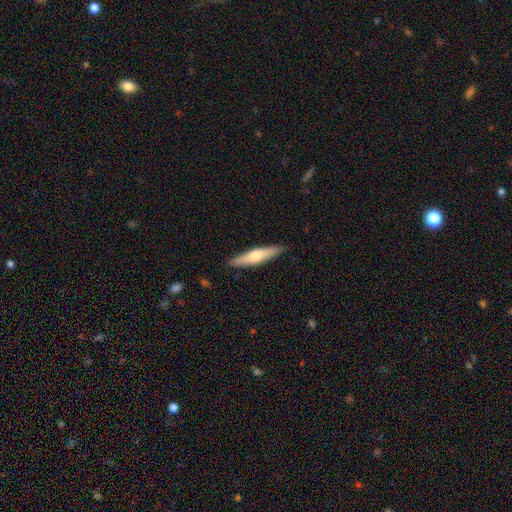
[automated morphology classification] Smooth or featured? smooth (55%)
How rounded? cigar-shaped (83%)
Merging? none (88%)